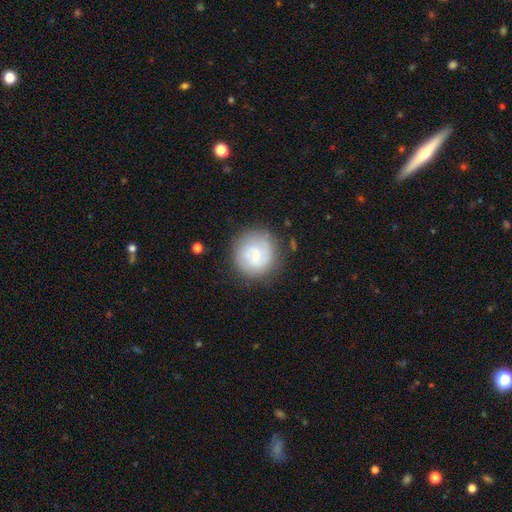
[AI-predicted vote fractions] Morphology: type=featured or disk (52%); edge-on=no (97%); bar=weak (49%); spiral arms=yes (77%); bulge=small (63%); merging=none (79%).